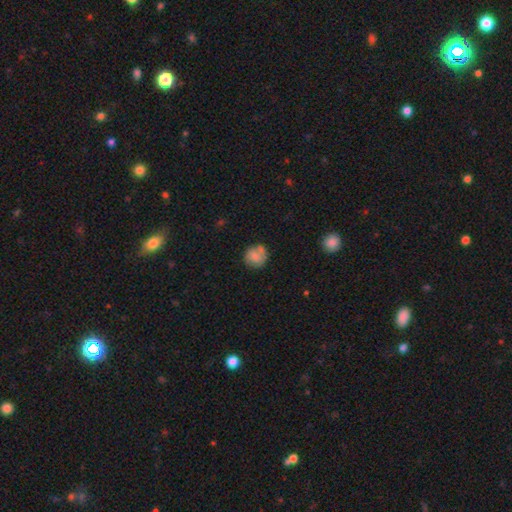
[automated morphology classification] The model was most divided on "merging": none: 59%, minor disturbance: 21%, merger: 13%, major disturbance: 7%. More confident: how rounded — round (83%); smooth or featured — smooth (73%).